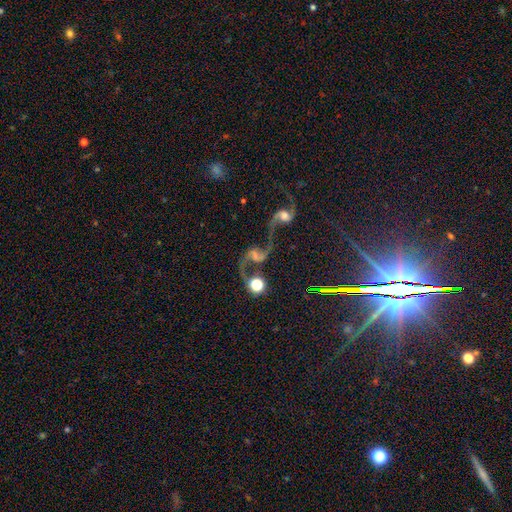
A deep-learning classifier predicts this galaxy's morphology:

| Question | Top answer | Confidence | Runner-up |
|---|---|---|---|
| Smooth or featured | featured or disk | 77% | star or artifact (12%) |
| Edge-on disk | no | 96% | yes (4%) |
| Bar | no | 50% | weak (36%) |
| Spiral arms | yes | 93% | no (7%) |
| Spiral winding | loose | 84% | medium (13%) |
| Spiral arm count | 2 | 88% | 1 (7%) |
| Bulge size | small | 31% | moderate (30%) |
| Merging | merger | 40% | none (36%) |